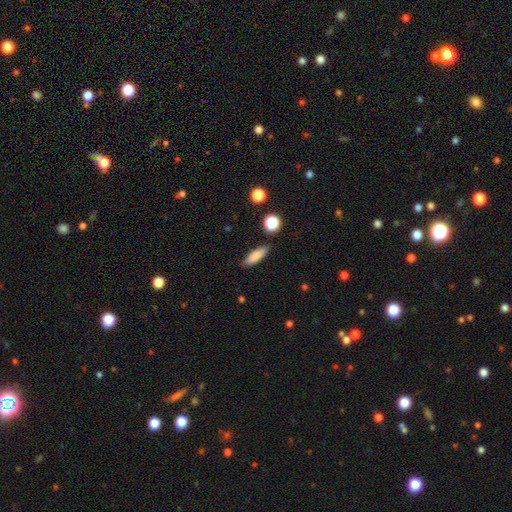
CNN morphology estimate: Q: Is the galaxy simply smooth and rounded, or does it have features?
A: smooth — 83%.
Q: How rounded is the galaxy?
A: in between — 56%.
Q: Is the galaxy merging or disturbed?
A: none — 84%.